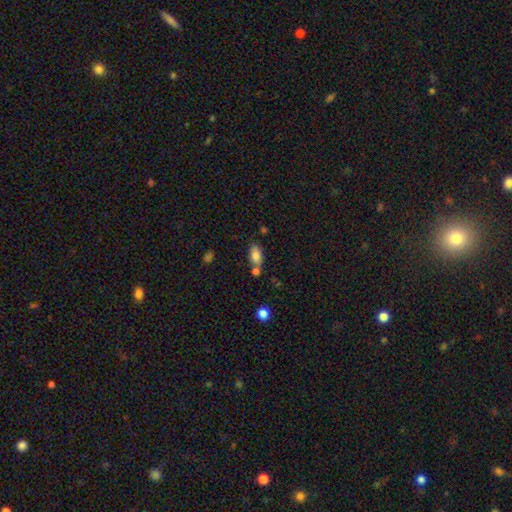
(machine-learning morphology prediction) A smooth galaxy with no disk features (80%) that is in between round and cigar-shaped (88%). Merging: none (58%).